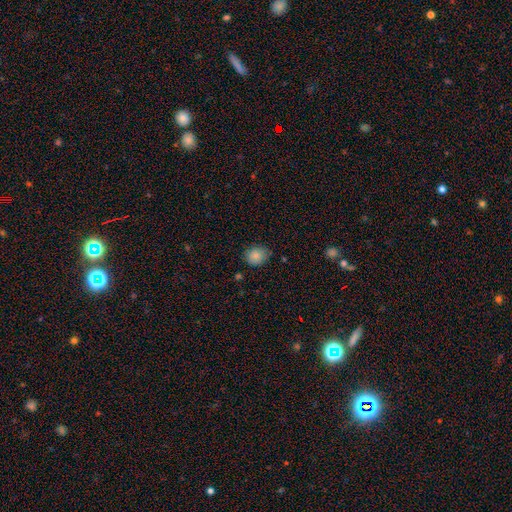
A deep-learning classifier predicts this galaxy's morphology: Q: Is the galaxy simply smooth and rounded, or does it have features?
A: smooth — 87%.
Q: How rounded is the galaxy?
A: round — 60%.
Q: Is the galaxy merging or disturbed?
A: none — 76%.